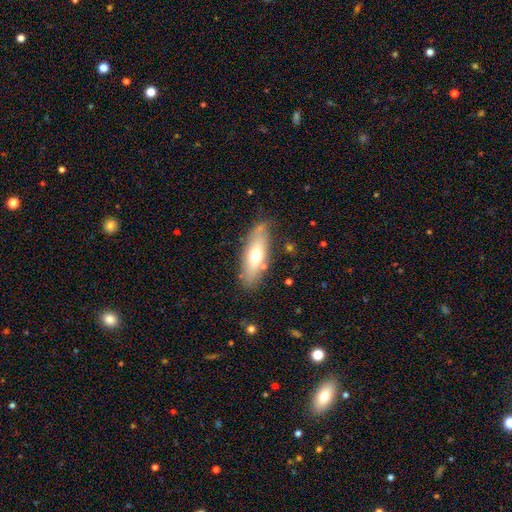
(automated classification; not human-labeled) smooth-or-featured: smooth: 57% | featured or disk: 36% | star or artifact: 7%
  how-rounded: in between: 56% | cigar-shaped: 41% | round: 3%
  merging: none: 78% | minor disturbance: 14% | major disturbance: 4% | merger: 4%